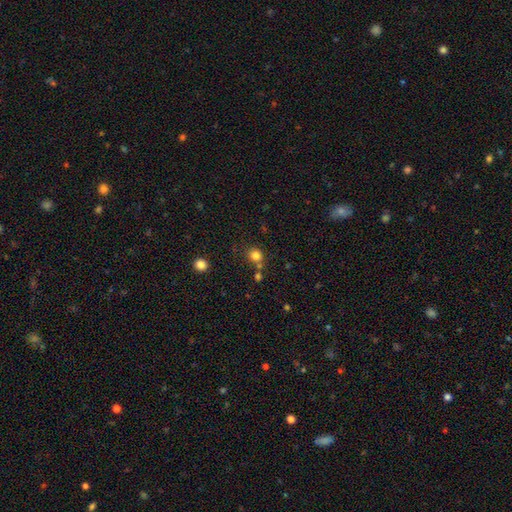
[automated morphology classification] type=smooth (81%); roundness=round (84%); merging=none (71%).